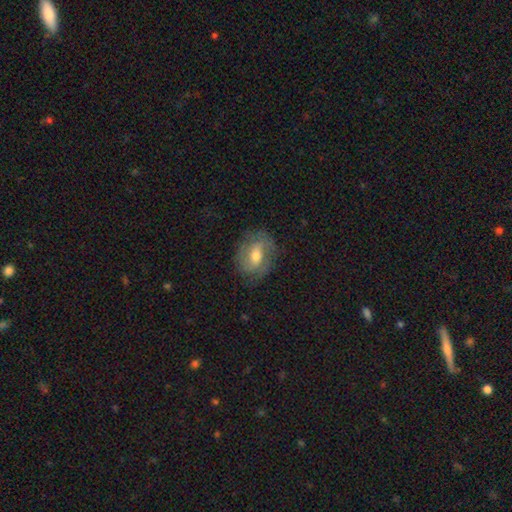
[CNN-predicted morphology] Q: Smooth or featured?
A: featured or disk (58%); runner-up: smooth (33%)
Q: Edge-on disk?
A: no (94%); runner-up: yes (6%)
Q: Bar?
A: weak (43%); runner-up: no (35%)
Q: Spiral arms?
A: yes (76%); runner-up: no (24%)
Q: Bulge size?
A: moderate (69%); runner-up: small (23%)
Q: Merging?
A: none (73%); runner-up: minor disturbance (19%)